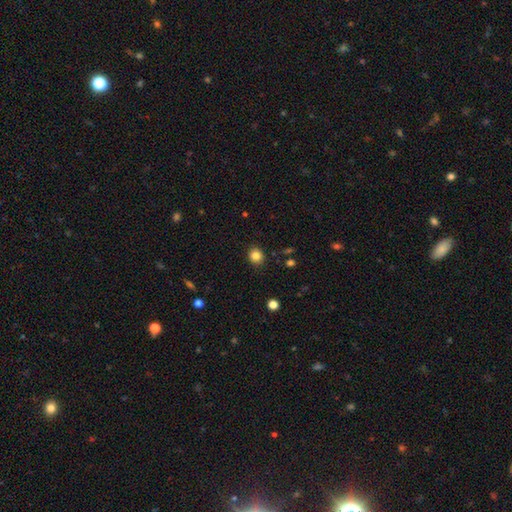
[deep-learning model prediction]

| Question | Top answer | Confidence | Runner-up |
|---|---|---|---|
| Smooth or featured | smooth | 83% | star or artifact (11%) |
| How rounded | round | 82% | in between (17%) |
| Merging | none | 90% | minor disturbance (7%) |